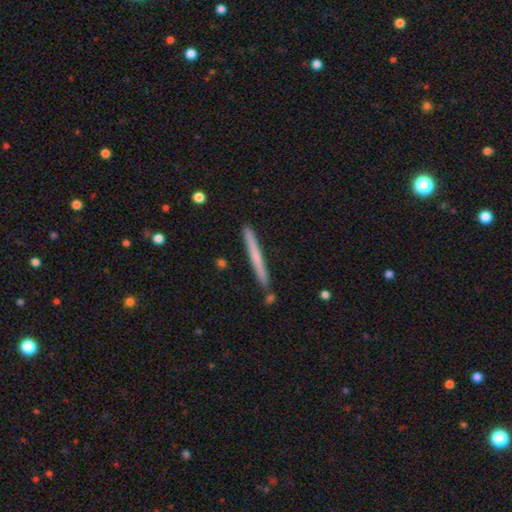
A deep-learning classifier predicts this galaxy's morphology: A smooth galaxy with no disk features (52%) that is cigar-shaped (97%).

Vote fractions:
- Smooth or featured? smooth: 52% / featured or disk: 42% / star or artifact: 5%
- How rounded? cigar-shaped: 97% / in between: 2% / round: 1%
- Merging? none: 88% / minor disturbance: 8% / merger: 3% / major disturbance: 1%